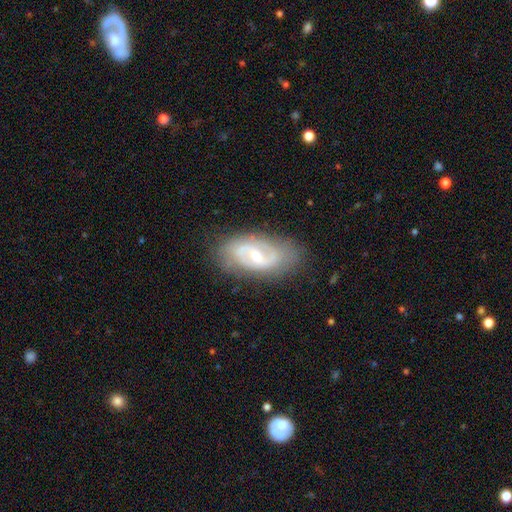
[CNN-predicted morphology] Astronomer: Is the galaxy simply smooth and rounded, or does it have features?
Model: featured or disk — 78%.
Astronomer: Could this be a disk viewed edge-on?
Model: no — 95%.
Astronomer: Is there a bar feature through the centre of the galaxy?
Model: weak — 52%.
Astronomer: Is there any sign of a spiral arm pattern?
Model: yes — 86%.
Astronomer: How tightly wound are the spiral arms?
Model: medium — 45% (runner-up: tight, 30%).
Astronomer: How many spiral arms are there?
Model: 2 — 79%.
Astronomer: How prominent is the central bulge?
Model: small — 54% (runner-up: moderate, 42%).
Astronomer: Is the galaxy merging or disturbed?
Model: none — 78%.